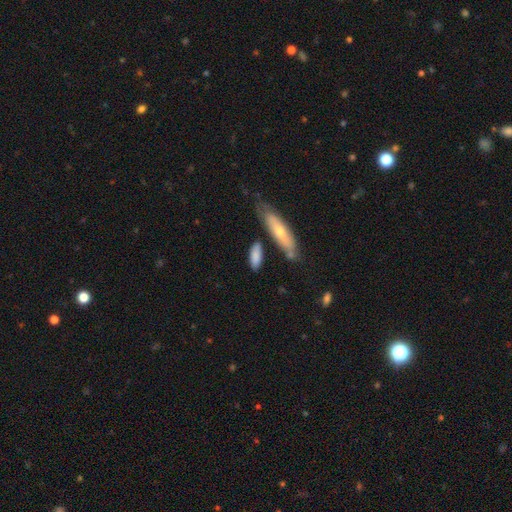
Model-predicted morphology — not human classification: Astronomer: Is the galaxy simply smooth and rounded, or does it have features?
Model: smooth — 80%.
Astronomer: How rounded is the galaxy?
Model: in between — 61% (runner-up: cigar-shaped, 37%).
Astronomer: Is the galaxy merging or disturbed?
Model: none — 66%.